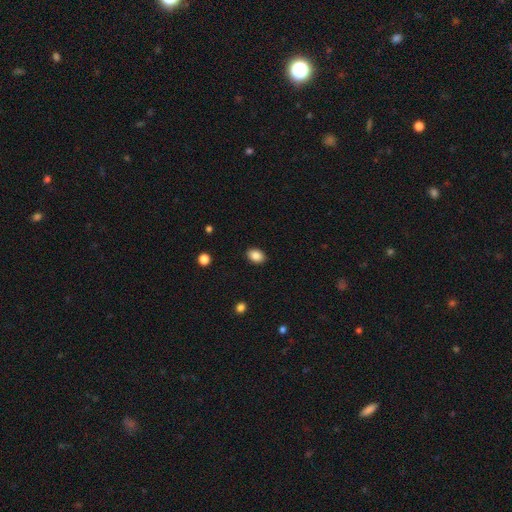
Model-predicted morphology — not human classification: Overall: smooth (87%). How rounded: in between (76%). Merging: none (89%).